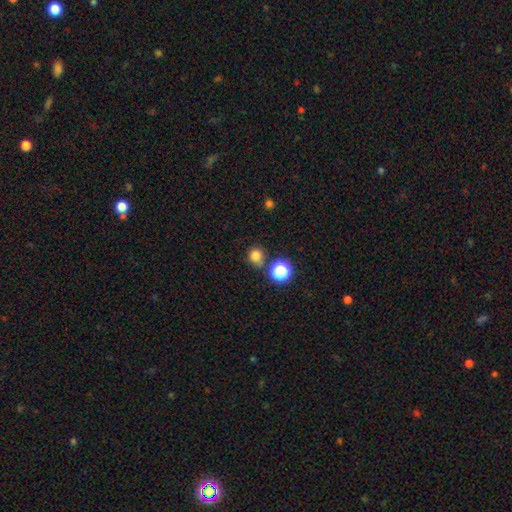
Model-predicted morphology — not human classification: Overall: smooth (78%). How rounded: round (89%). Merging: none (75%).